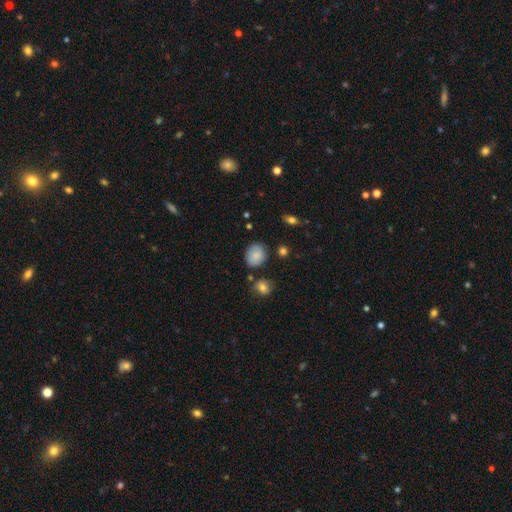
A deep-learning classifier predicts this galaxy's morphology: Smooth or featured? smooth (82%)
How rounded? round (55%)
Merging? none (75%)